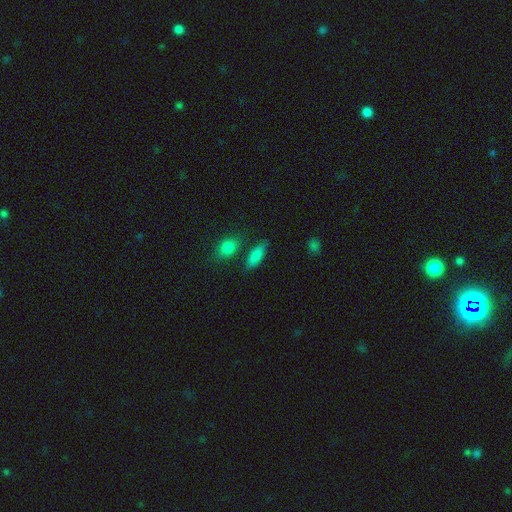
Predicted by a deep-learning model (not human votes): This appears to be a smooth galaxy with no disk features (85%) that is in between round and cigar-shaped (70%). Merging: none (75%).